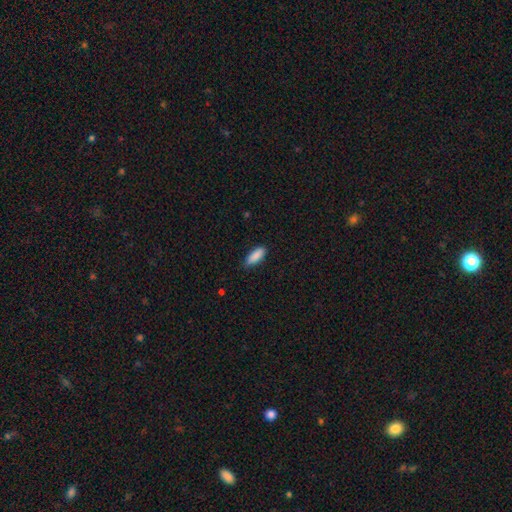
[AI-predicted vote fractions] The model was most divided on "how rounded": in between: 71%, cigar-shaped: 27%, round: 2%. More confident: smooth or featured — smooth (89%); merging — none (78%).